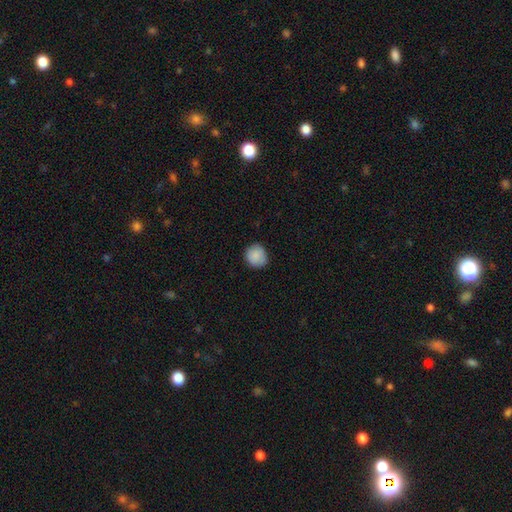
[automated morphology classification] The model was most divided on "merging": none: 82%, minor disturbance: 15%, major disturbance: 2%, merger: 1%. More confident: smooth or featured — smooth (88%); how rounded — round (88%).